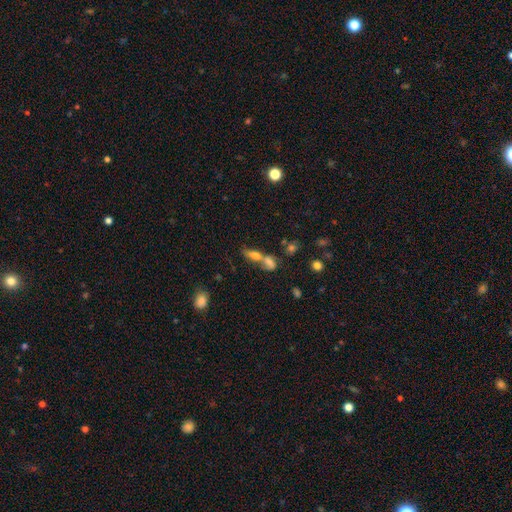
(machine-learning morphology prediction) smooth-or-featured: smooth: 60% | featured or disk: 26% | star or artifact: 14%
  how-rounded: in between: 62% | cigar-shaped: 26% | round: 12%
  merging: merger: 62% | none: 26% | minor disturbance: 7% | major disturbance: 5%